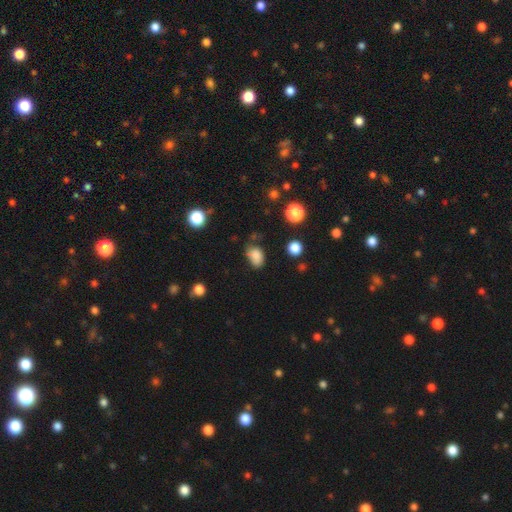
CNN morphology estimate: type=smooth (82%); roundness=in between (78%); merging=none (53%).